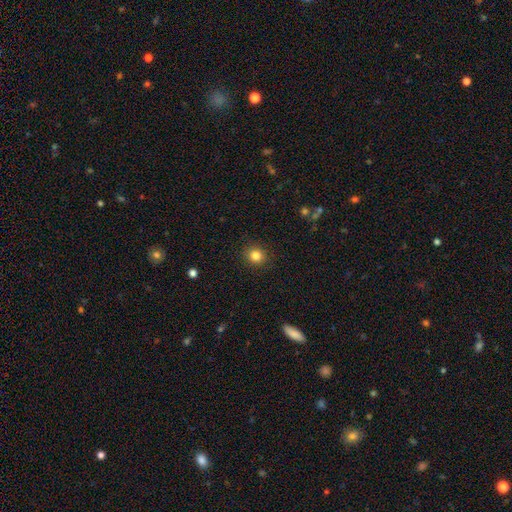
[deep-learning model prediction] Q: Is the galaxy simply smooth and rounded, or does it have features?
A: smooth — 83%.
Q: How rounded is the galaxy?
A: round — 86%.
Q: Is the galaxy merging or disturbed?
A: none — 91%.